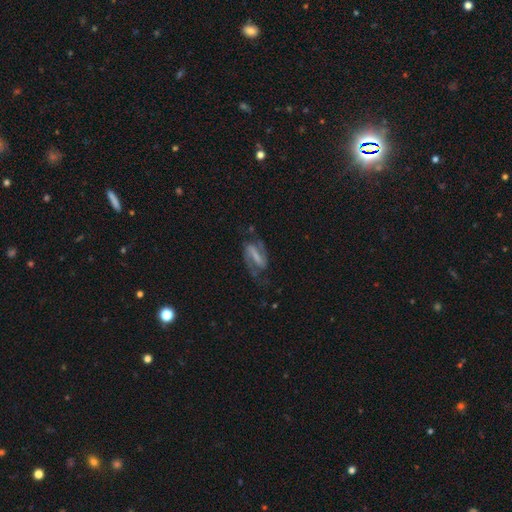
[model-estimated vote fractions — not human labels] Smooth or featured? Predicted: featured or disk (p=0.83). Edge-on disk? Predicted: no (p=0.96). Bar? Predicted: strong (p=0.61). Spiral arms? Predicted: yes (p=0.94). Spiral winding? Predicted: medium (p=0.53). Spiral arm count? Predicted: 2 (p=0.91). Bulge size? Predicted: none (p=0.45). Merging? Predicted: none (p=0.66).